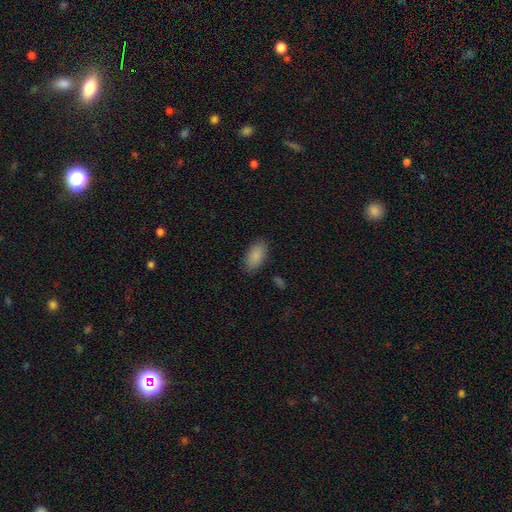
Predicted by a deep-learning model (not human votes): Smooth or featured: smooth — 88% (star or artifact — 7%)
How rounded: in between — 93% (round — 3%)
Merging: none — 85% (minor disturbance — 11%)